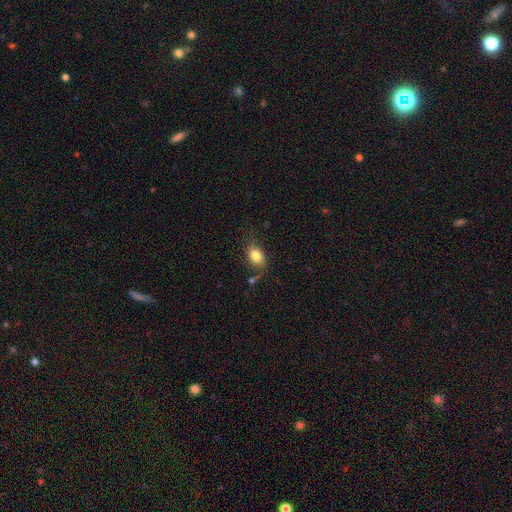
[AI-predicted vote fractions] This is clearly a smooth galaxy (80%). How rounded: likely in between (76%). Merging: likely none (62%).